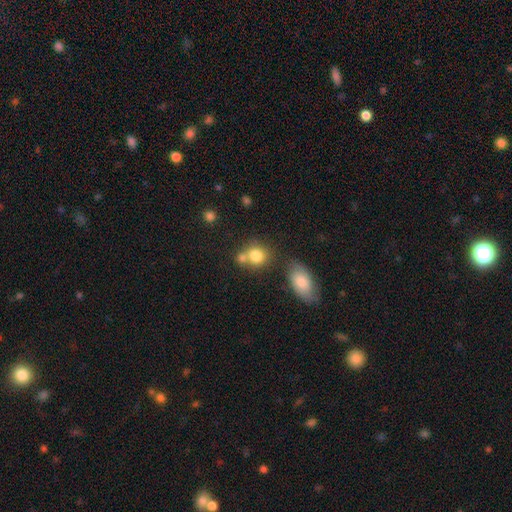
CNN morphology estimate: smooth_or_featured: smooth (p=0.80) [alt: featured or disk p=0.10]
how_rounded: round (p=0.72) [alt: in between p=0.27]
merging: none (p=0.48) [alt: merger p=0.37]